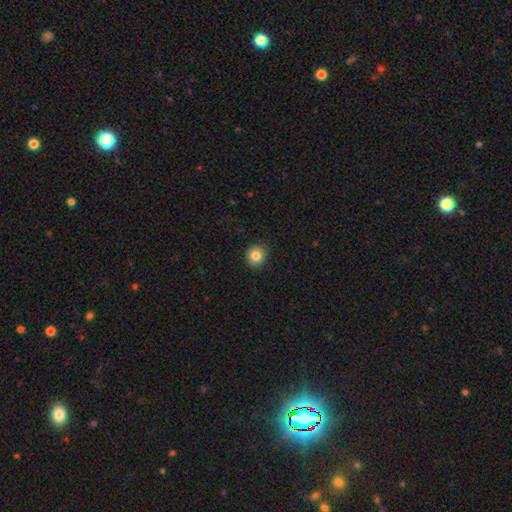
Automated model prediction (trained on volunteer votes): Smooth or featured: smooth — 84% (star or artifact — 10%)
How rounded: round — 88% (in between — 12%)
Merging: none — 90% (minor disturbance — 7%)